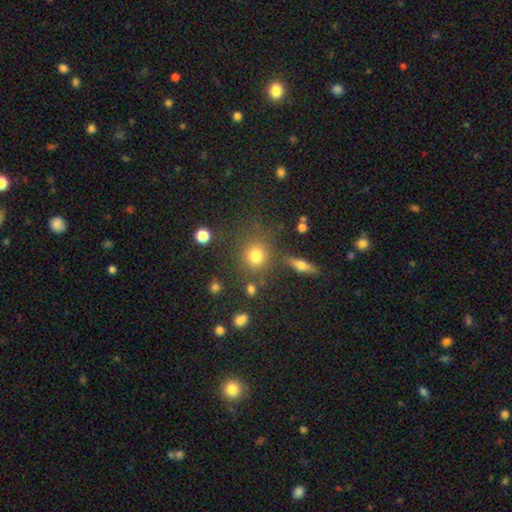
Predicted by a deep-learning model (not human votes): Overall: smooth (75%). How rounded: round (83%). Merging: none (75%).